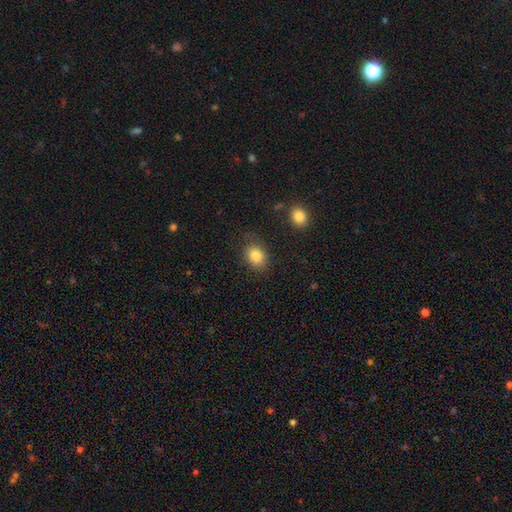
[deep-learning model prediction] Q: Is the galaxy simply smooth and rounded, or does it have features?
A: smooth — 83%.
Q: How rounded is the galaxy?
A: in between — 56%.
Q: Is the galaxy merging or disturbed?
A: none — 79%.